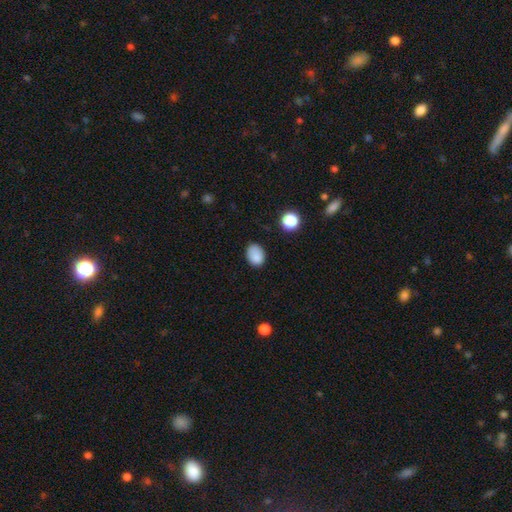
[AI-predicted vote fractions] A smooth galaxy with no disk features (85%) that is in between round and cigar-shaped (71%).

Vote fractions:
- Smooth or featured? smooth: 85% / star or artifact: 10% / featured or disk: 5%
- How rounded? in between: 71% / round: 28% / cigar-shaped: 1%
- Merging? none: 73% / minor disturbance: 20% / major disturbance: 4% / merger: 2%